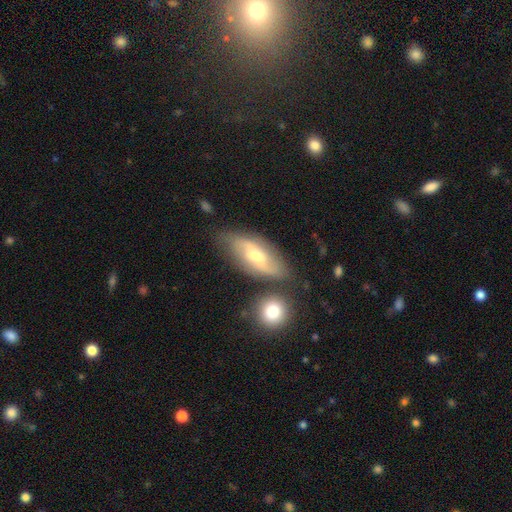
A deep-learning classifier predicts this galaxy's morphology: smooth-or-featured: featured or disk: 62% | smooth: 32% | star or artifact: 7%
  disk-edge-on: no: 82% | yes: 18%
    bar: weak: 43% | no: 37% | strong: 20%
    has-spiral-arms: yes: 80% | no: 20%
    bulge-size: moderate: 65% | small: 27% | large: 6% | none: 1% | dominant: 1%
  merging: none: 68% | minor disturbance: 17% | merger: 10% | major disturbance: 5%